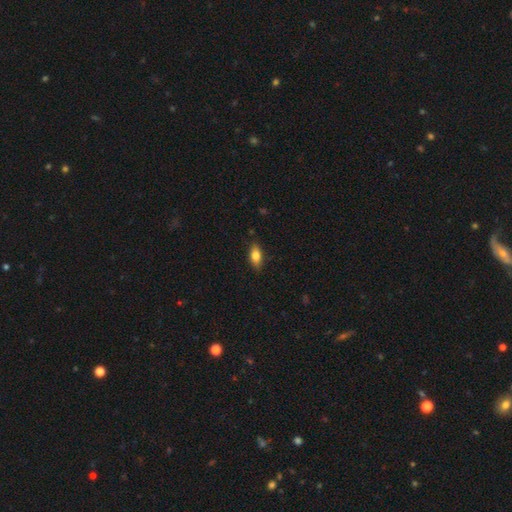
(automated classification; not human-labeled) Q: Smooth or featured?
A: smooth (79%); runner-up: featured or disk (13%)
Q: How rounded?
A: in between (85%); runner-up: cigar-shaped (10%)
Q: Merging?
A: none (84%); runner-up: minor disturbance (13%)